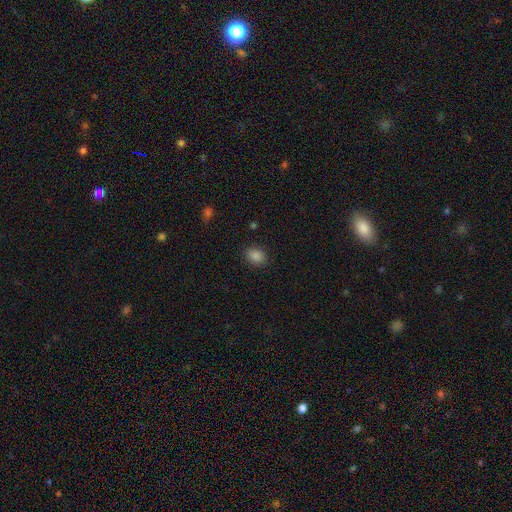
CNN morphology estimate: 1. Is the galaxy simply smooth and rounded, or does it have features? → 85% smooth, 11% star or artifact, 4% featured or disk.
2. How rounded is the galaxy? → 56% in between, 43% round, 1% cigar-shaped.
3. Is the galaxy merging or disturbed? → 86% none, 10% minor disturbance, 3% major disturbance, 1% merger.